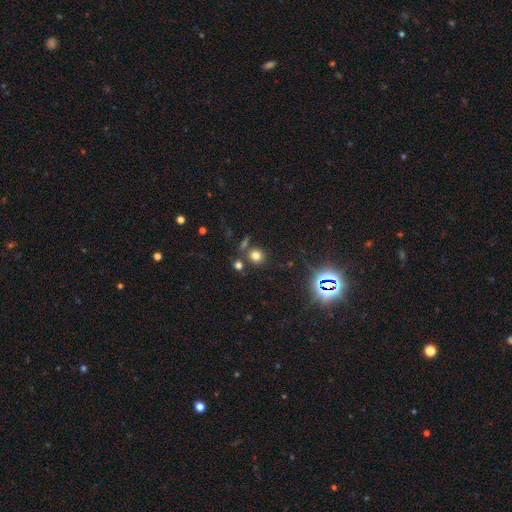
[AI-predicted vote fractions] Q: Smooth or featured?
A: smooth (71%); runner-up: star or artifact (21%)
Q: How rounded?
A: round (84%); runner-up: in between (15%)
Q: Merging?
A: none (74%); runner-up: merger (13%)